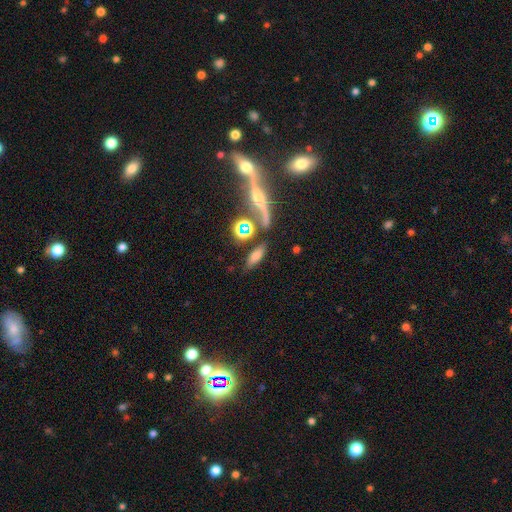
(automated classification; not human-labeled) Smooth or featured: smooth — 62% (featured or disk — 23%)
How rounded: in between — 54% (cigar-shaped — 37%)
Merging: none — 72% (minor disturbance — 12%)